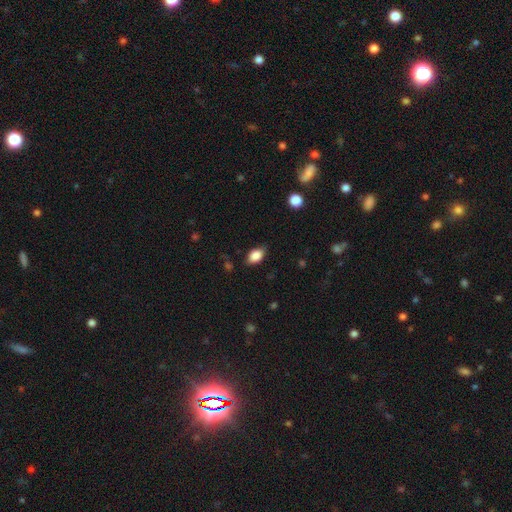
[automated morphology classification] This is clearly a smooth galaxy (86%). How rounded: clearly in between (88%). Merging: clearly none (80%).